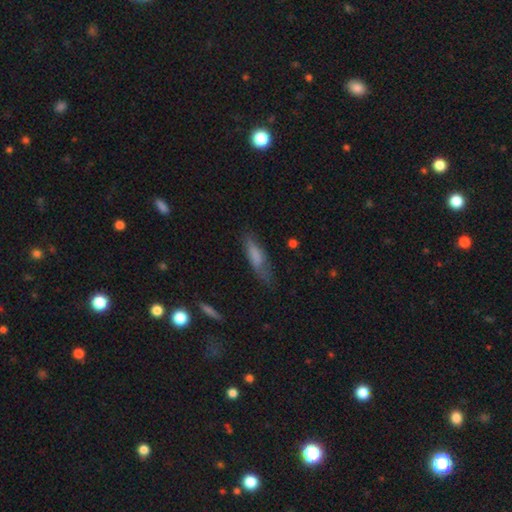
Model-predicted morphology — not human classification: smooth 72%, featured or disk 21%, star or artifact 8%. Down the decision tree: how rounded — cigar-shaped (57%); merging — none (61%).